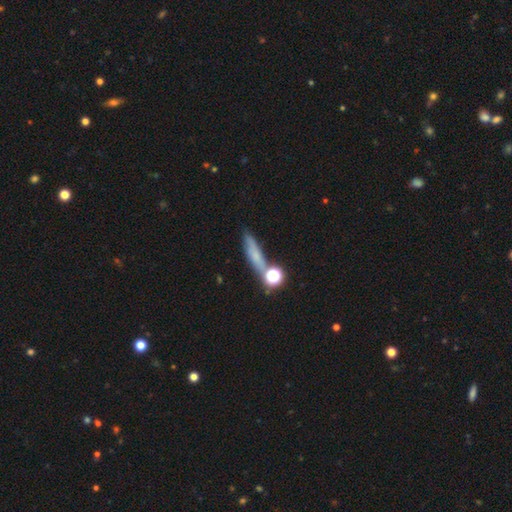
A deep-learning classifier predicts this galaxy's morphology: smooth_or_featured: smooth (p=0.57) [alt: featured or disk p=0.26]
how_rounded: cigar-shaped (p=0.64) [alt: in between p=0.21]
merging: none (p=0.62) [alt: minor disturbance p=0.17]